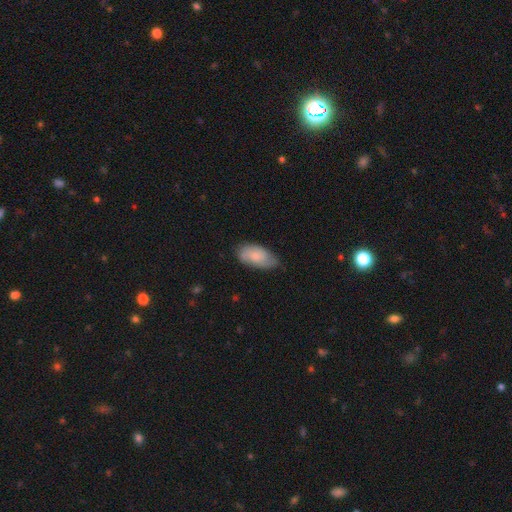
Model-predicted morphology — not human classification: Q: Smooth or featured?
A: smooth (65%); runner-up: featured or disk (29%)
Q: How rounded?
A: in between (92%); runner-up: cigar-shaped (4%)
Q: Merging?
A: none (68%); runner-up: minor disturbance (26%)